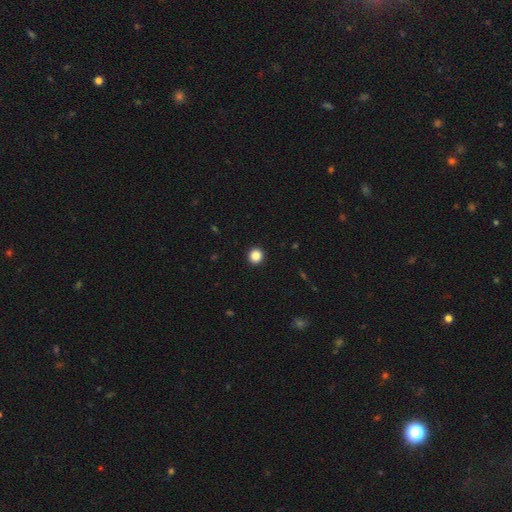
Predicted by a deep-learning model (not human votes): Morphology: type=smooth (87%); roundness=round (88%); merging=none (93%).